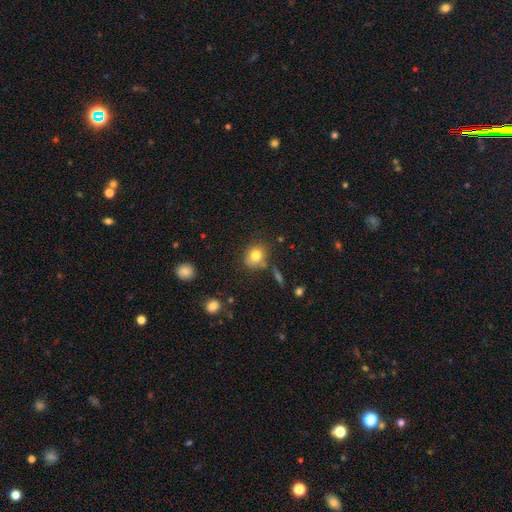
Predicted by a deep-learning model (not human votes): Smooth or featured? smooth (79%)
How rounded? round (65%)
Merging? none (72%)